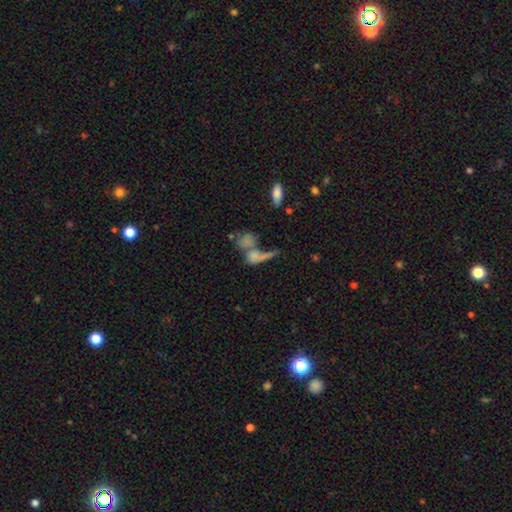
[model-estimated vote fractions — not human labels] This is likely a smooth galaxy (64%). How rounded: possibly in between (53%). Merging: possibly merger (56%).